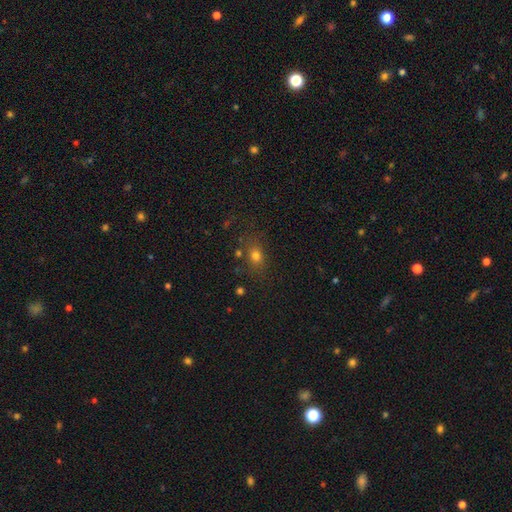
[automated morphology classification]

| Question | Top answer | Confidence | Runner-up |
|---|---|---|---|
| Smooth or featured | smooth | 73% | star or artifact (18%) |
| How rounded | in between | 49% | round (48%) |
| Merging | none | 75% | minor disturbance (14%) |